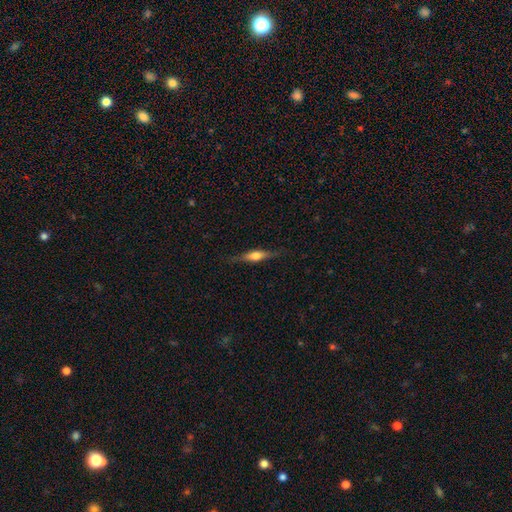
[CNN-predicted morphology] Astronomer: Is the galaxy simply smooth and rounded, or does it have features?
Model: featured or disk — 56% (runner-up: smooth, 38%).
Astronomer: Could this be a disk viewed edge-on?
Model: yes — 95%.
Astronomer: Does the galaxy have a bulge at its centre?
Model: rounded — 84%.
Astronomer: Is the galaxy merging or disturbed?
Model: none — 82%.